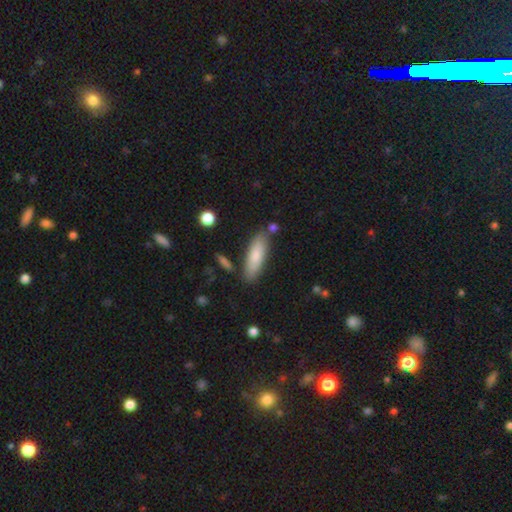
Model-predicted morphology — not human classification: This is likely a smooth galaxy (79%). How rounded: possibly cigar-shaped (51%). Merging: likely none (80%).